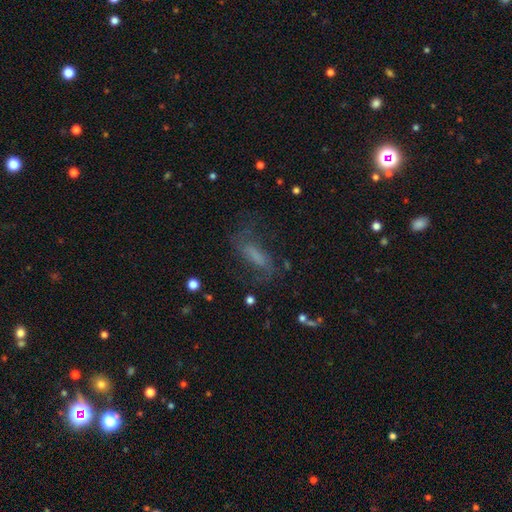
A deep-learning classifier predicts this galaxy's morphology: A featured or disk galaxy (48%). Merging: none (55%).